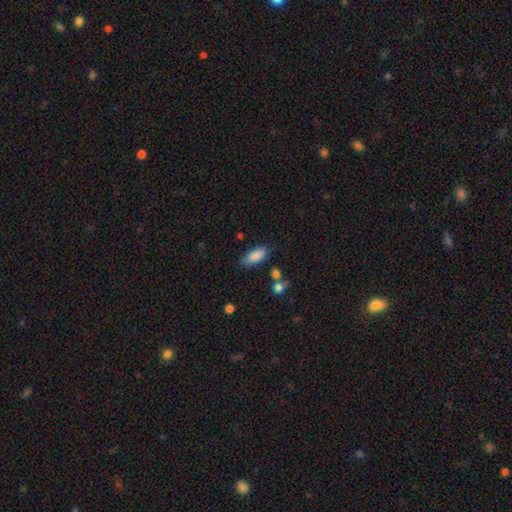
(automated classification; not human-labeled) smooth_or_featured: smooth (p=0.87) [alt: star or artifact p=0.07]
how_rounded: in between (p=0.86) [alt: cigar-shaped p=0.12]
merging: none (p=0.74) [alt: minor disturbance p=0.17]